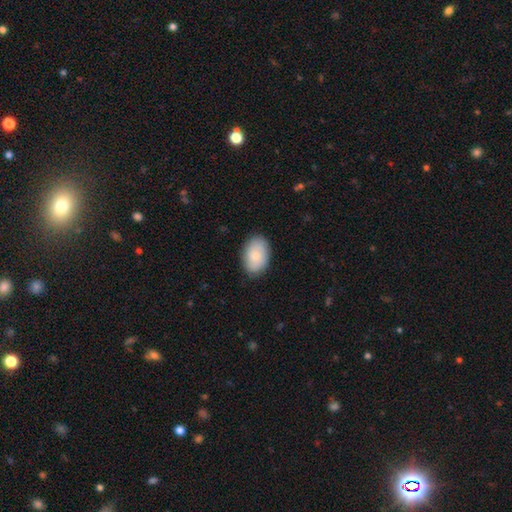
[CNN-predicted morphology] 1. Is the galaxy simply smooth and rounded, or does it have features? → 78% smooth, 16% featured or disk, 6% star or artifact.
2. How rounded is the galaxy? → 87% in between, 12% round, 1% cigar-shaped.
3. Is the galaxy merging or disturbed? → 85% none, 11% minor disturbance, 2% major disturbance, 1% merger.